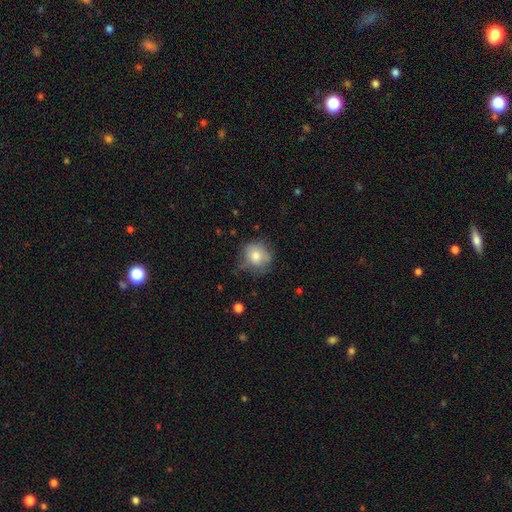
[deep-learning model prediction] smooth_or_featured: smooth (p=0.73) [alt: featured or disk p=0.18]
how_rounded: round (p=0.83) [alt: in between p=0.16]
merging: none (p=0.58) [alt: minor disturbance p=0.28]